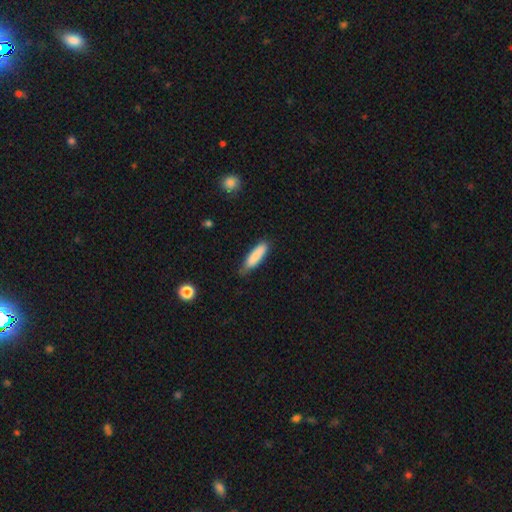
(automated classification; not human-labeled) Smooth or featured? Predicted: smooth (p=0.86). How rounded? Predicted: cigar-shaped (p=0.69). Merging? Predicted: none (p=0.72).